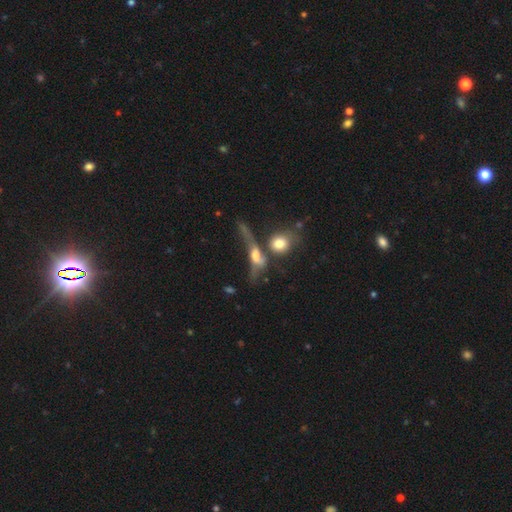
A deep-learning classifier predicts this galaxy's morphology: Overall: featured or disk (48%; smooth 42%). Merging: merger (40%; major disturbance 24%).